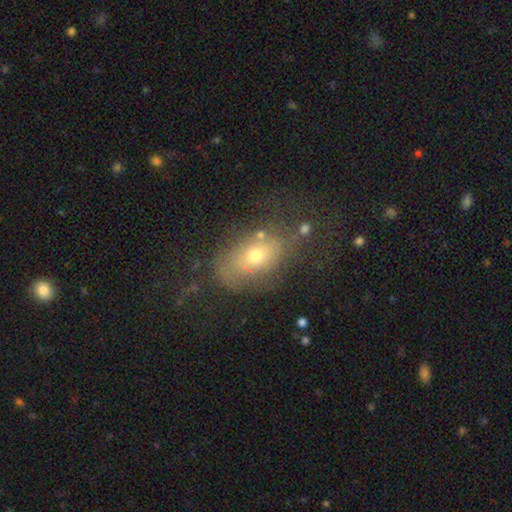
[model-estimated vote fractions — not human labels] Smooth or featured: smooth — 56% (featured or disk — 30%)
How rounded: in between — 79% (round — 18%)
Merging: none — 52% (minor disturbance — 22%)